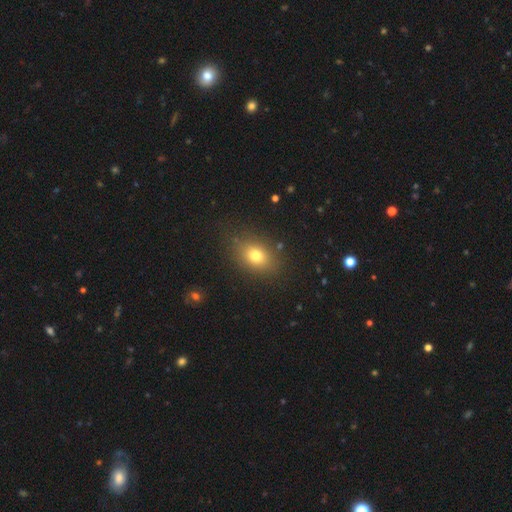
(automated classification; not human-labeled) This is likely a smooth galaxy (76%). How rounded: likely in between (70%). Merging: clearly none (83%).